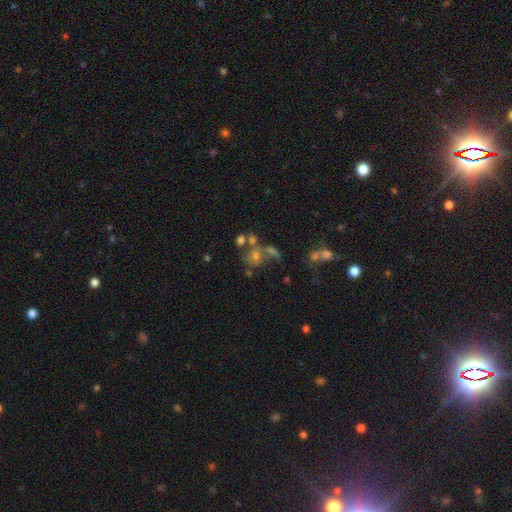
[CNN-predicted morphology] Smooth or featured? smooth (41%)
Merging? none (42%)